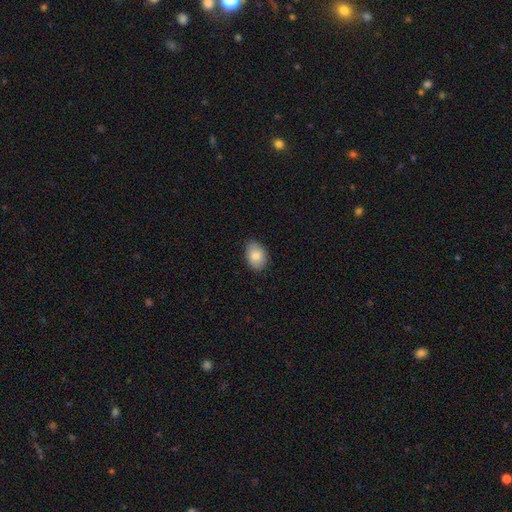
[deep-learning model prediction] Q: Smooth or featured?
A: smooth (85%); runner-up: featured or disk (8%)
Q: How rounded?
A: in between (81%); runner-up: round (18%)
Q: Merging?
A: none (84%); runner-up: minor disturbance (13%)